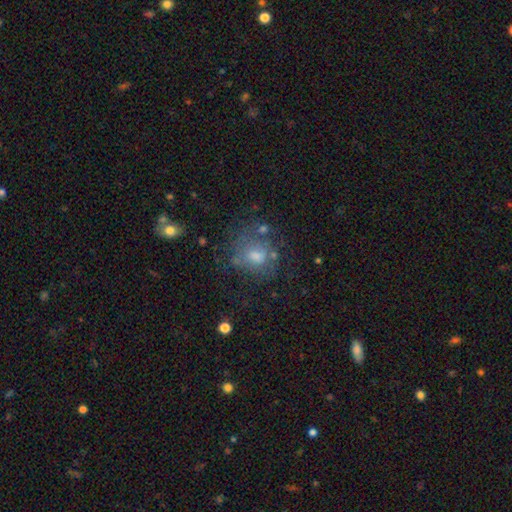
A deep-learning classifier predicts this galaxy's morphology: This appears to be a smooth galaxy with no disk features (52%) that is round (69%). Merging: none (56%).